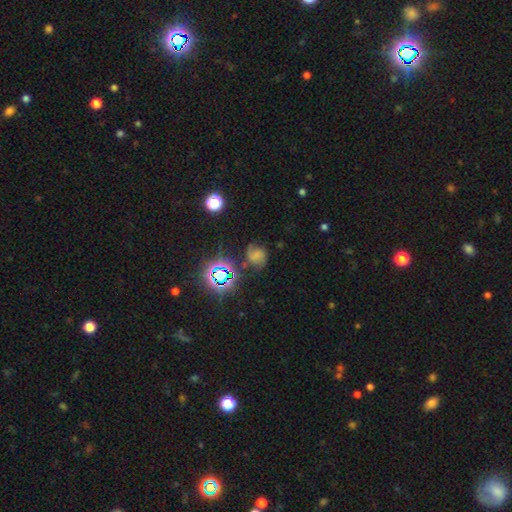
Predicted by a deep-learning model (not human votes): smooth_or_featured: smooth (p=0.39) [alt: featured or disk p=0.34]
merging: none (p=0.50) [alt: minor disturbance p=0.26]